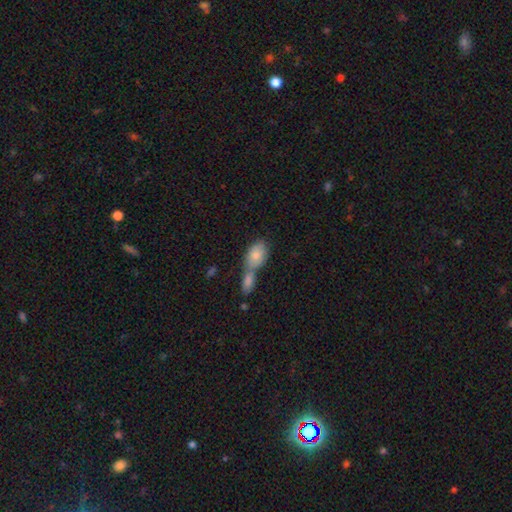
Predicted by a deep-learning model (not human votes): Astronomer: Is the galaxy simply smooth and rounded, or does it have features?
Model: smooth — 80%.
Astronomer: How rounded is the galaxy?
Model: in between — 86%.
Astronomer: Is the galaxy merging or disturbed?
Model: merger — 61%.